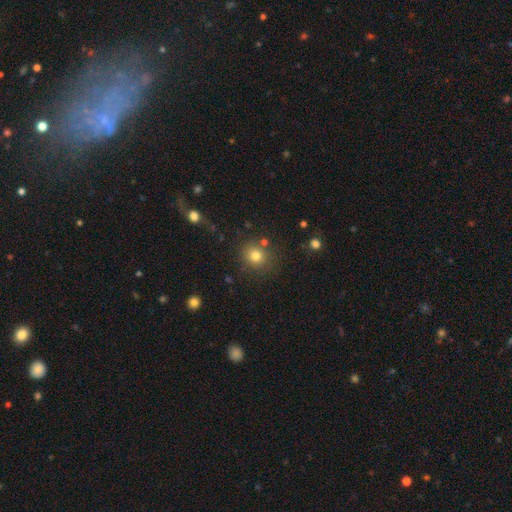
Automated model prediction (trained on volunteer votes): A smooth galaxy with no disk features (78%) that is round (84%). Merging: none (80%).